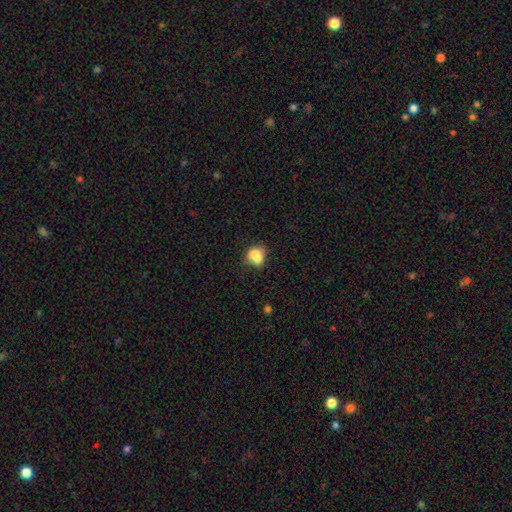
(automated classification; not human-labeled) Morphology: type=smooth (73%); roundness=round (54%); merging=merger (49%).